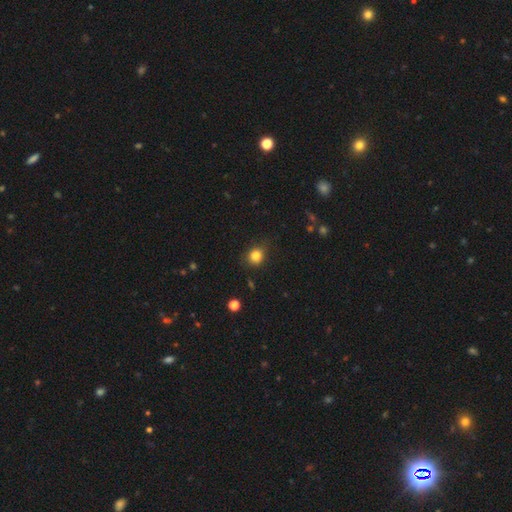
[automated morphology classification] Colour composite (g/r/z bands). It shows a smooth galaxy with no disk features (83%) that is round (77%). Merging: none (78%).